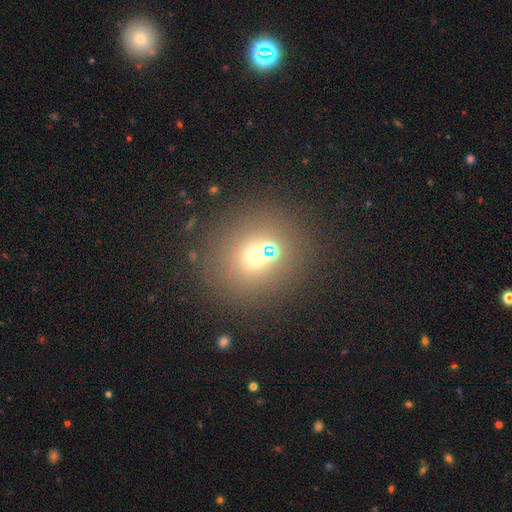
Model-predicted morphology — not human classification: Smooth or featured? Predicted: smooth (p=0.61). How rounded? Predicted: round (p=0.86). Merging? Predicted: none (p=0.71).